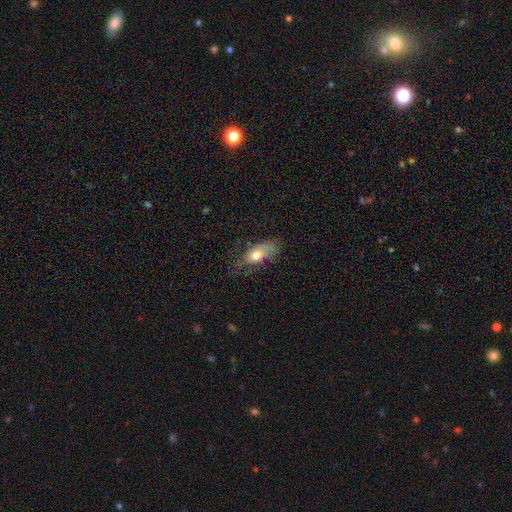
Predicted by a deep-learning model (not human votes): The model was most divided on "merging": none: 47%, minor disturbance: 31%, major disturbance: 20%, merger: 2%. More confident: how rounded — in between (81%); smooth or featured — smooth (65%).